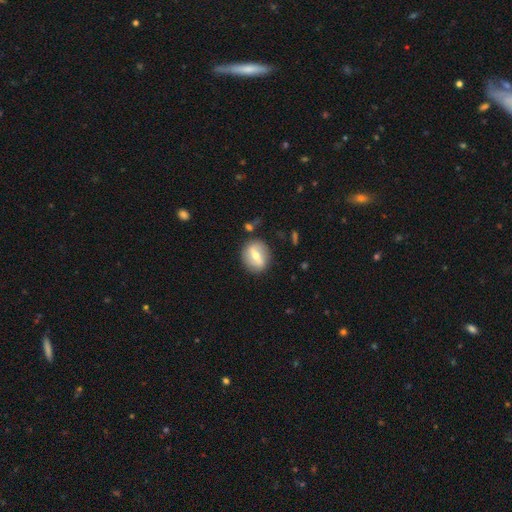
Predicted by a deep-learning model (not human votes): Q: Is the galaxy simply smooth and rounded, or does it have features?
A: featured or disk — 53%.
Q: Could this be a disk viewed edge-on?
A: no — 82%.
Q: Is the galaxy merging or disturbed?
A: none — 83%.